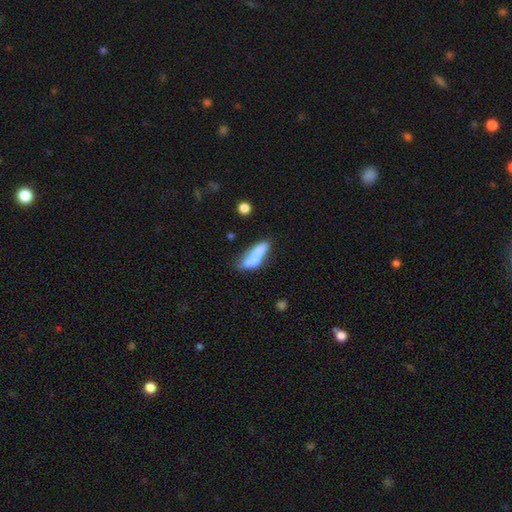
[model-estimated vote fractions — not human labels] smooth 65%, featured or disk 28%, star or artifact 7%. Down the decision tree: how rounded — cigar-shaped (50%); merging — none (43%).